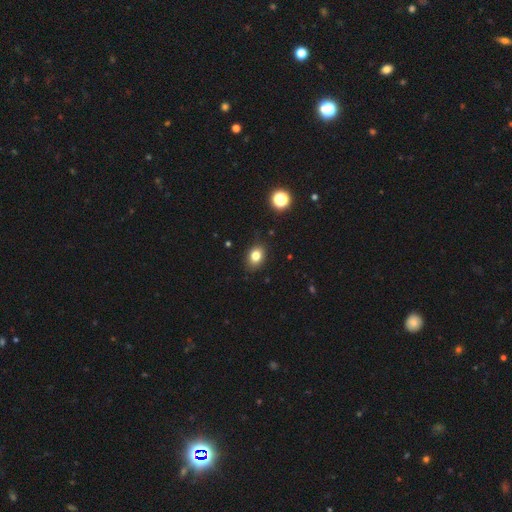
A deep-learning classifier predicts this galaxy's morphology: smooth 81%, star or artifact 12%, featured or disk 8%. Down the decision tree: how rounded — in between (68%); merging — none (86%).